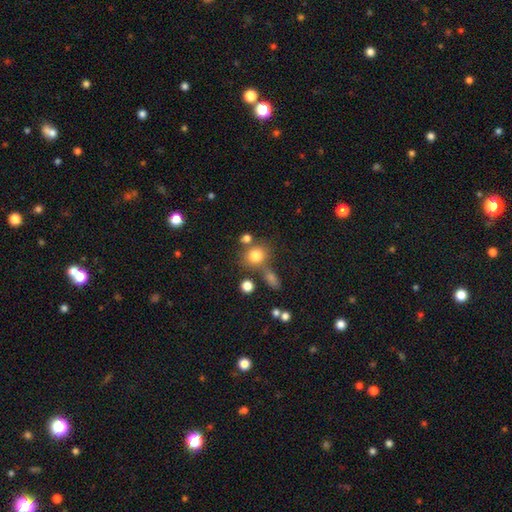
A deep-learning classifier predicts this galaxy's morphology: Overall: smooth (77%). How rounded: round (73%). Merging: none (60%; merger 22%).